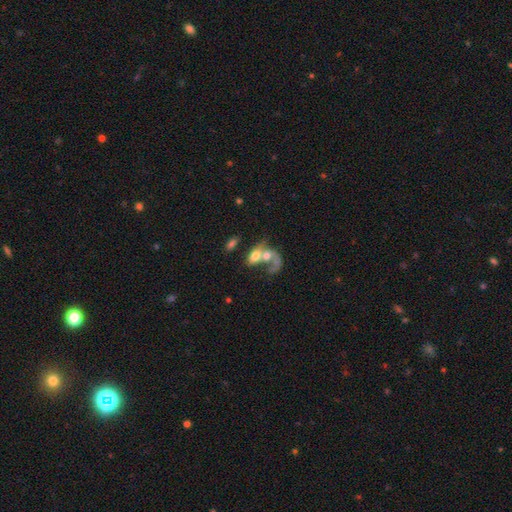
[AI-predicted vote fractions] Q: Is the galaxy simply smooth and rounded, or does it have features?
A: smooth — 46%.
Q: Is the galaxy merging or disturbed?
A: merger — 73%.